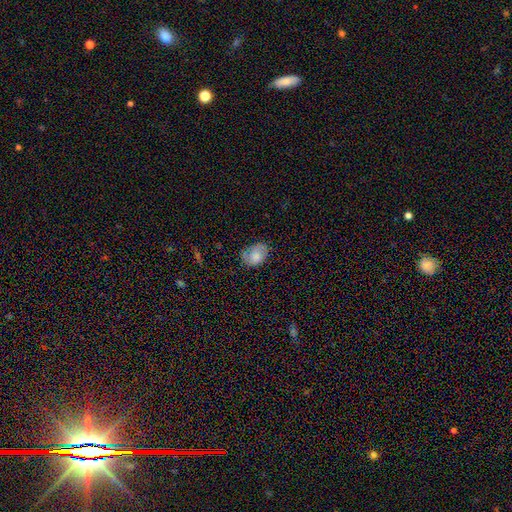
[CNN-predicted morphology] This is likely a smooth galaxy (74%). How rounded: likely in between (78%). Merging: likely none (64%).